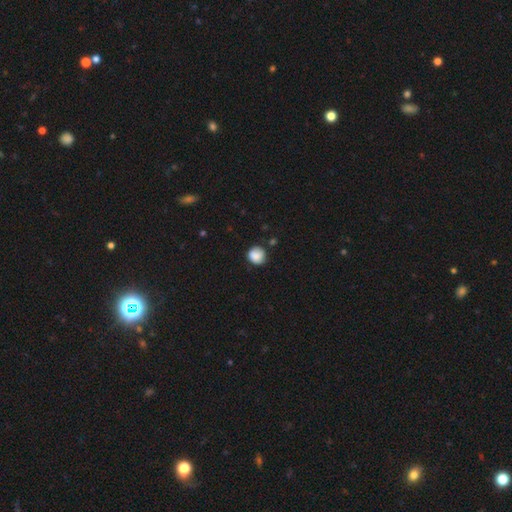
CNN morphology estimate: Smooth or featured? Predicted: smooth (p=0.86). How rounded? Predicted: round (p=0.88). Merging? Predicted: none (p=0.76).